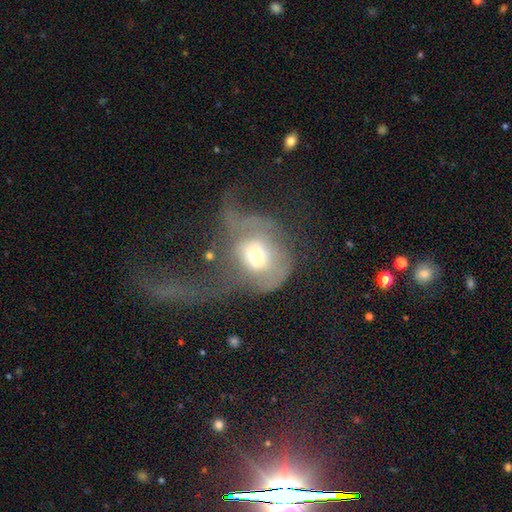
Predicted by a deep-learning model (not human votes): A featured or disk galaxy (49%).

Vote fractions:
- Smooth or featured? featured or disk: 49% / smooth: 42% / star or artifact: 9%
- Merging? major disturbance: 68% / none: 14% / minor disturbance: 10% / merger: 8%